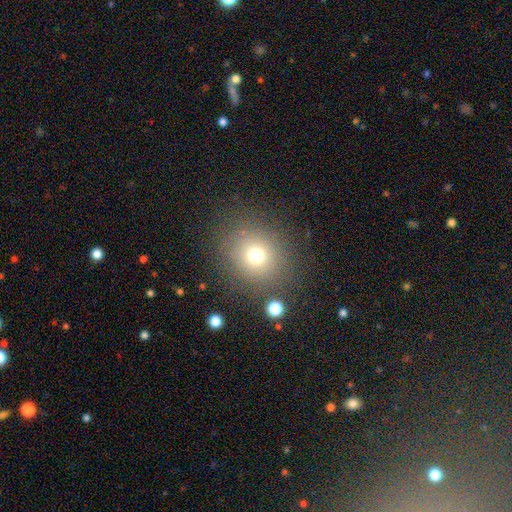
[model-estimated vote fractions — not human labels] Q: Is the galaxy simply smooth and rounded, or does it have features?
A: smooth — 71%.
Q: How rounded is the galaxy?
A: round — 84%.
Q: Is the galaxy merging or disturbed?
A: none — 82%.